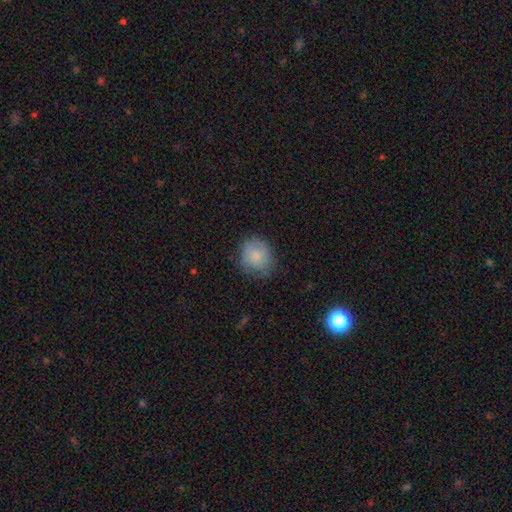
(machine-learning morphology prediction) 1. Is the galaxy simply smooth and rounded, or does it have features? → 81% smooth, 12% featured or disk, 8% star or artifact.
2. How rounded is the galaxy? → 77% round, 22% in between, 1% cigar-shaped.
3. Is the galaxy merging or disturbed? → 67% none, 25% minor disturbance, 7% major disturbance, 1% merger.